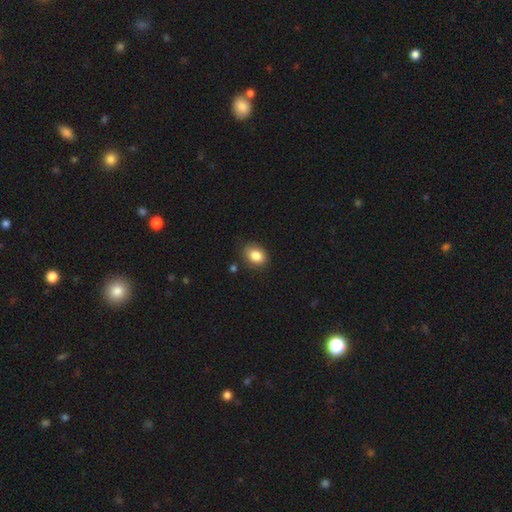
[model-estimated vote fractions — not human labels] A smooth galaxy with no disk features (85%) that is in between round and cigar-shaped (64%).

Vote fractions:
- Smooth or featured? smooth: 85% / star or artifact: 9% / featured or disk: 6%
- How rounded? in between: 64% / round: 35% / cigar-shaped: 1%
- Merging? none: 80% / minor disturbance: 15% / major disturbance: 3% / merger: 2%